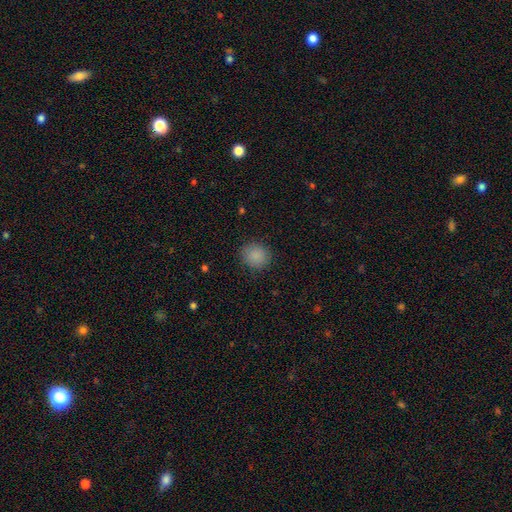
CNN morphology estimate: smooth 88%, star or artifact 9%, featured or disk 3%. Down the decision tree: how rounded — round (86%); merging — none (89%).